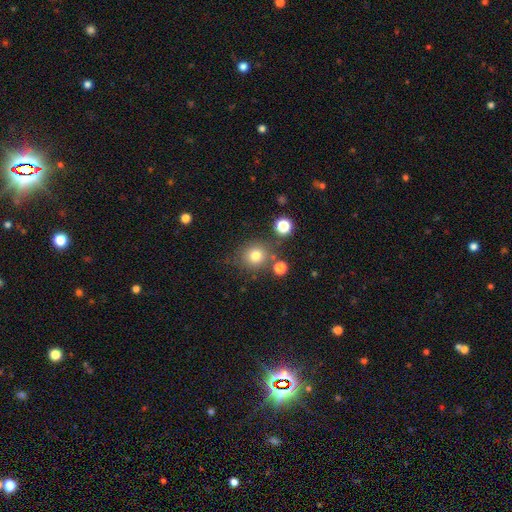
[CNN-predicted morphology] Smooth or featured? smooth (78%)
How rounded? round (88%)
Merging? none (76%)